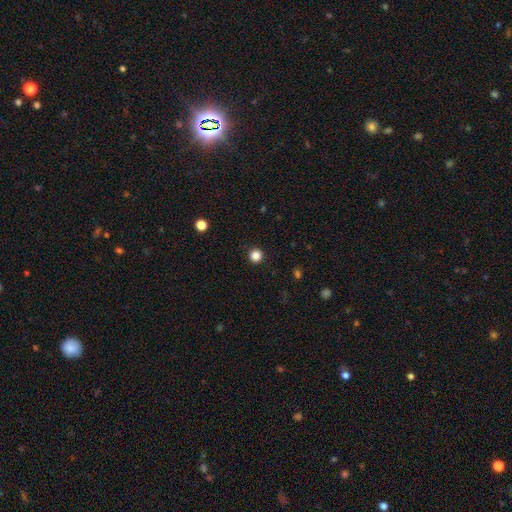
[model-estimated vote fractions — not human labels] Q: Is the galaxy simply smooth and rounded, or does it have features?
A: smooth — 85%.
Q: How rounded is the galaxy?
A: round — 95%.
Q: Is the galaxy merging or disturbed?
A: none — 92%.